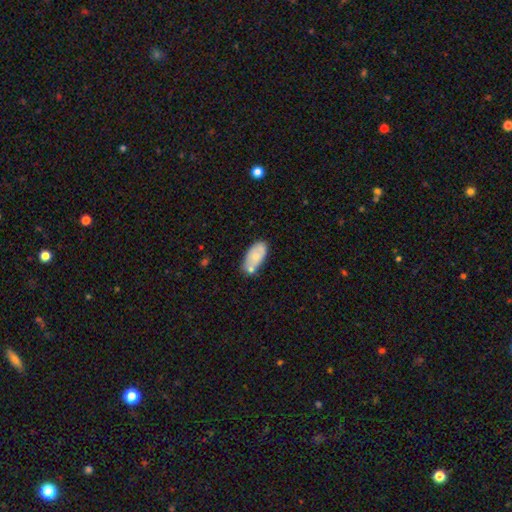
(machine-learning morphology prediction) Smooth or featured: smooth — 71% (featured or disk — 23%)
How rounded: in between — 93% (cigar-shaped — 4%)
Merging: none — 52% (minor disturbance — 23%)